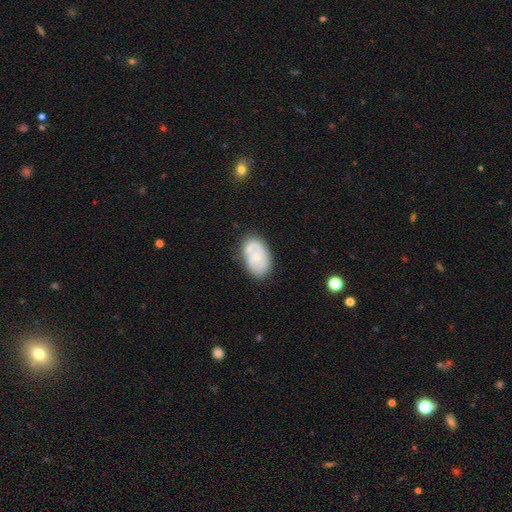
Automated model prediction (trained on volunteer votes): A featured or disk galaxy (47%, tied with smooth). Merging: none (64%).